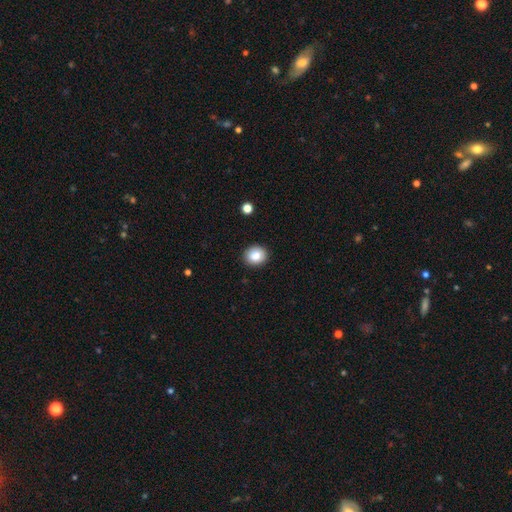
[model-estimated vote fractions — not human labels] A smooth galaxy with no disk features (85%) that is round (76%).

Vote fractions:
- Smooth or featured? smooth: 85% / star or artifact: 9% / featured or disk: 6%
- How rounded? round: 76% / in between: 23% / cigar-shaped: 1%
- Merging? none: 91% / minor disturbance: 6% / major disturbance: 2% / merger: 1%